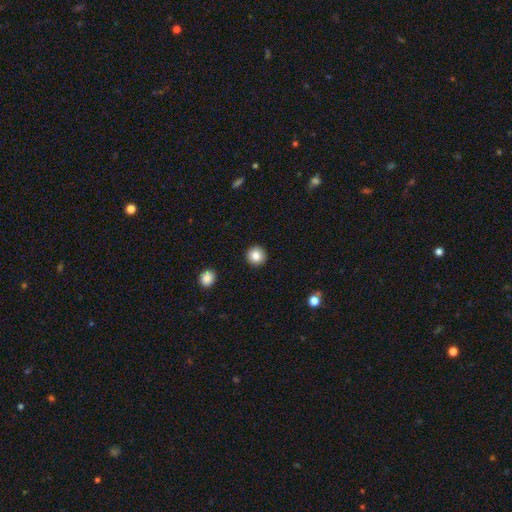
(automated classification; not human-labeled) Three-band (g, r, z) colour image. It shows a smooth galaxy with no disk features (85%) that is round (93%). Merging: none (92%).